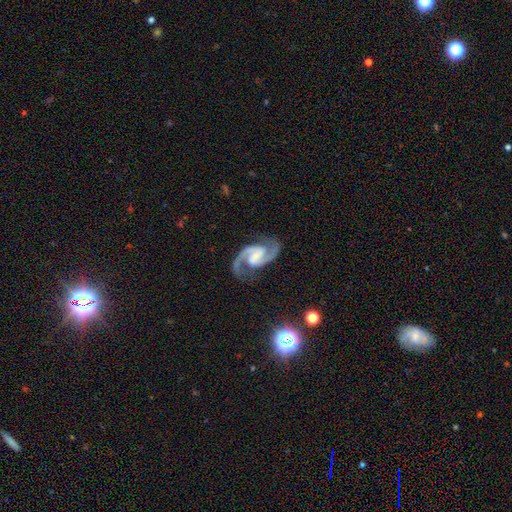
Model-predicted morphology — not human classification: featured or disk 93%, star or artifact 4%, smooth 3%. Down the decision tree: edge-on disk — no (98%); bar — weak (46%); spiral arms — yes (99%); spiral arm count — 2 (95%); spiral winding — medium (66%); bulge size — small (43%); merging — none (79%).